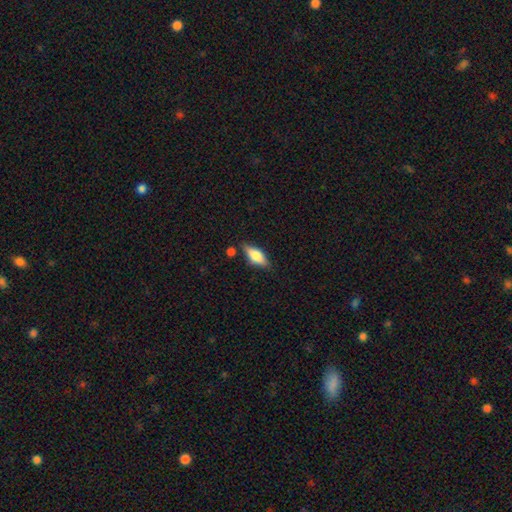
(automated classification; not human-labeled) The model was most divided on "smooth or featured": smooth: 59%, featured or disk: 33%, star or artifact: 8%. More confident: merging — none (76%); how rounded — in between (73%).